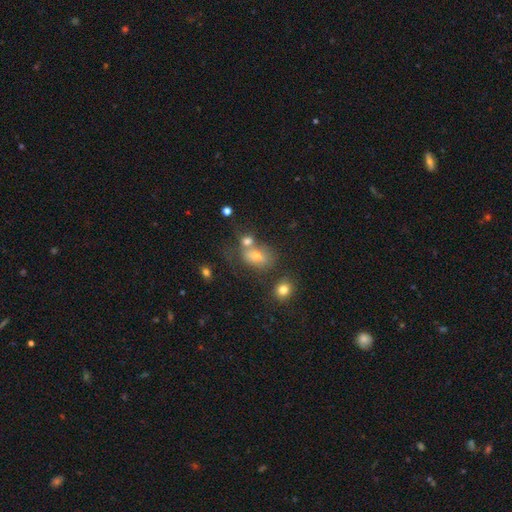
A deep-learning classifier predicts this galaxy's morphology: Overall: smooth (59%; featured or disk 26%). How rounded: in between (72%). Merging: none (39%; merger 36%).